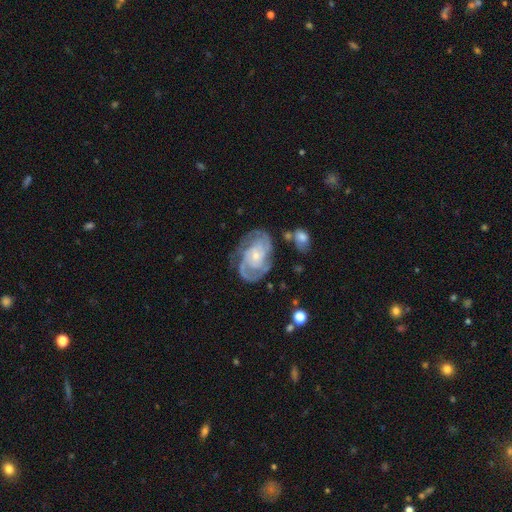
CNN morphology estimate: The model was most divided on "spiral winding": tight: 54%, medium: 38%, loose: 9%. Remaining: edge-on disk — no (97%); spiral arms — yes (97%); smooth or featured — featured or disk (88%); bulge size — small (72%); merging — none (67%); bar — no (67%); spiral arm count — 2 (46%).